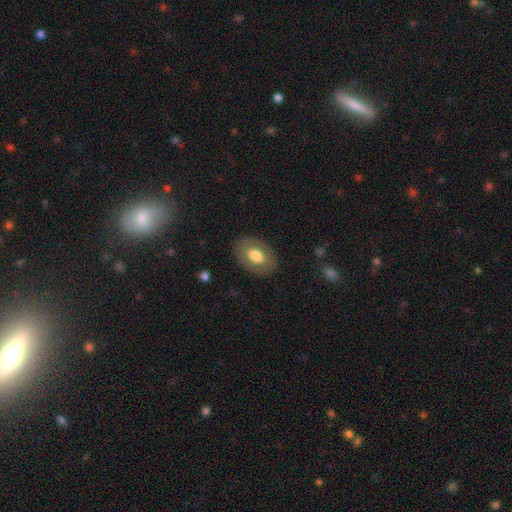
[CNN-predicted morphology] type=smooth (65%); roundness=in between (83%); merging=none (84%).